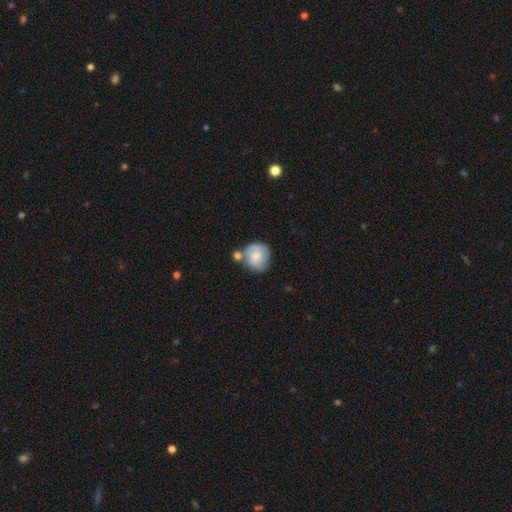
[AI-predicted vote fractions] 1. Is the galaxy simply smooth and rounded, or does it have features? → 58% smooth, 35% featured or disk, 7% star or artifact.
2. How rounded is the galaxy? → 79% round, 20% in between, 1% cigar-shaped.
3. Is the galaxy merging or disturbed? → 42% none, 29% merger, 21% minor disturbance, 8% major disturbance.